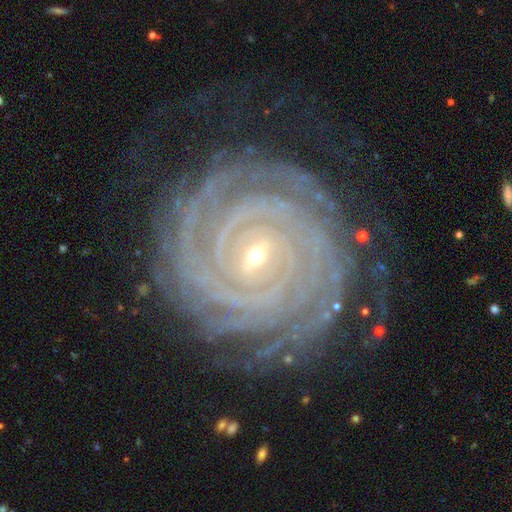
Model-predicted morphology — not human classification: type=featured or disk (93%); edge-on=no (98%); bar=no (40%); spiral arms=yes (99%); winding=tight (92%); arm count=2 (23%); bulge=small (77%); merging=none (81%).